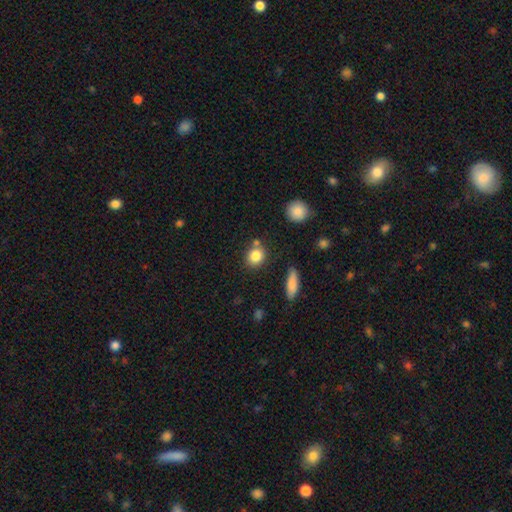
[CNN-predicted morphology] smooth 83%, star or artifact 10%, featured or disk 7%. Down the decision tree: how rounded — round (70%); merging — none (70%).